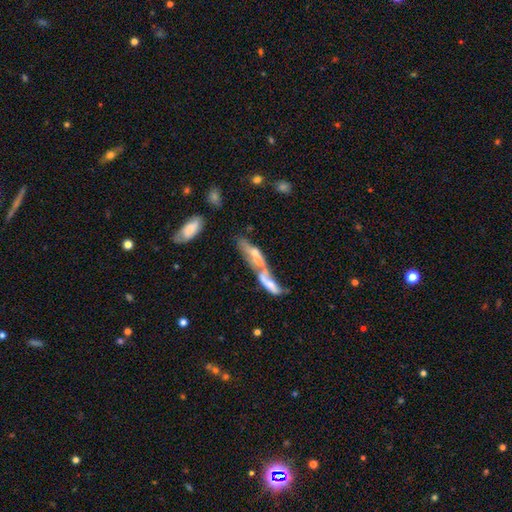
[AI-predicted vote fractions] A featured or disk galaxy (47%).

Vote fractions:
- Smooth or featured? featured or disk: 47% / smooth: 44% / star or artifact: 9%
- Merging? merger: 77% / none: 9% / major disturbance: 8% / minor disturbance: 6%